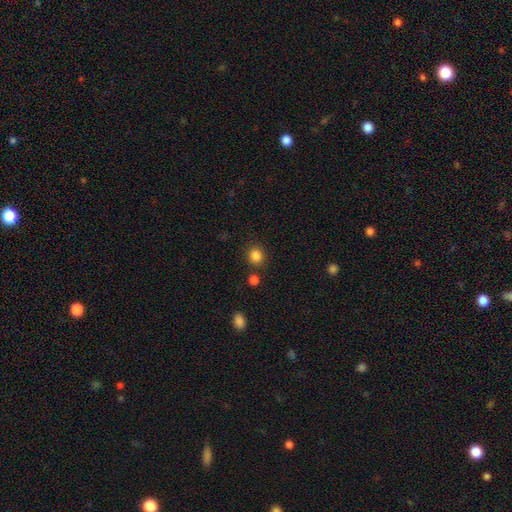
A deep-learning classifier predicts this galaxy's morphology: type=smooth (85%); roundness=round (88%); merging=none (84%).